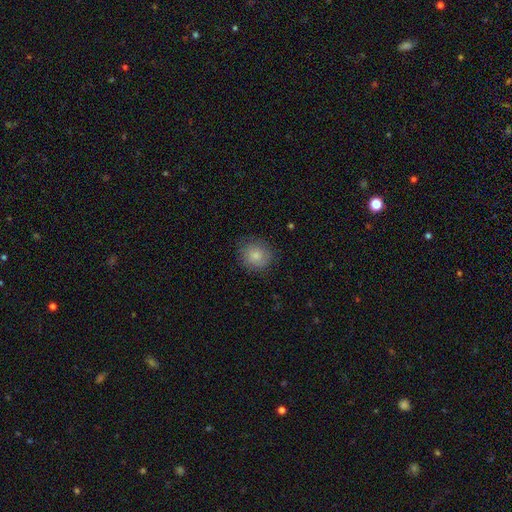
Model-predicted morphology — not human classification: smooth_or_featured: smooth (p=0.79) [alt: featured or disk p=0.13]
how_rounded: round (p=0.84) [alt: in between p=0.15]
merging: none (p=0.80) [alt: minor disturbance p=0.14]